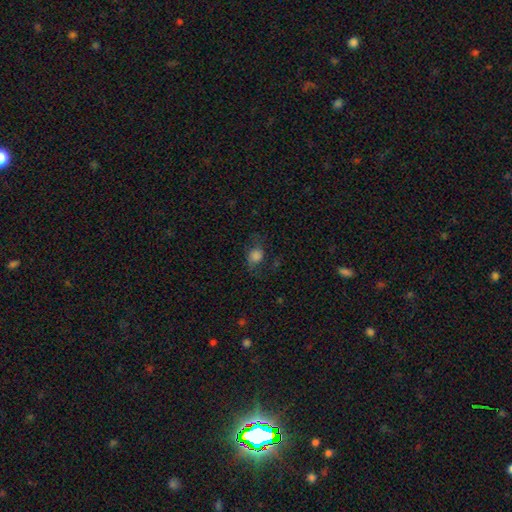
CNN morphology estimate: smooth-or-featured: smooth: 69% | featured or disk: 18% | star or artifact: 13%
  how-rounded: round: 59% | in between: 40% | cigar-shaped: 1%
  merging: none: 57% | minor disturbance: 22% | major disturbance: 19% | merger: 2%